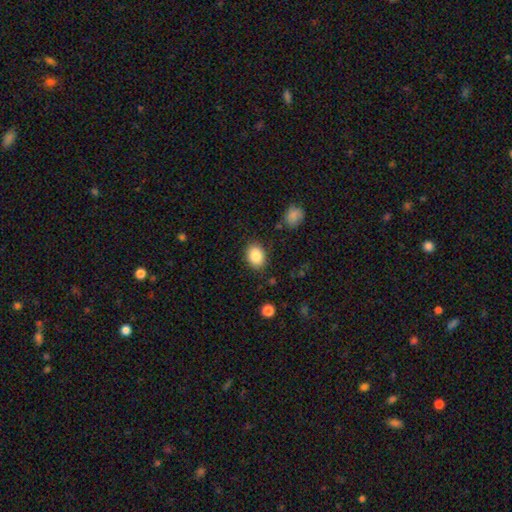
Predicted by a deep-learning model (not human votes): Smooth or featured?
  - smooth: 87% *
  - star or artifact: 8%
  - featured or disk: 5%
How rounded?
  - in between: 64% *
  - round: 36%
  - cigar-shaped: 1%
Merging?
  - none: 85% *
  - minor disturbance: 10%
  - major disturbance: 3%
  - merger: 2%